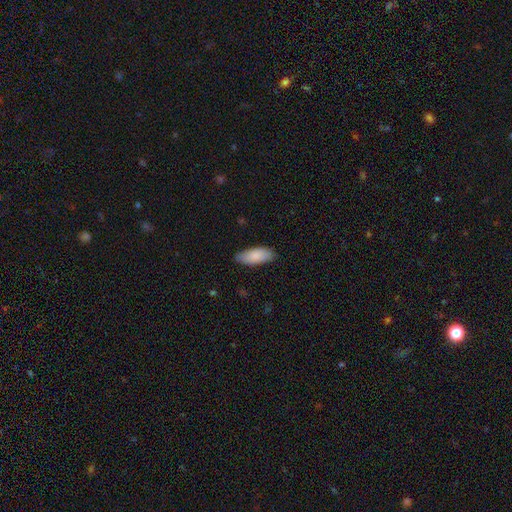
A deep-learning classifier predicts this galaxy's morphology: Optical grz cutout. It shows a smooth galaxy with no disk features (86%) that is in between round and cigar-shaped (81%). Merging: none (83%).